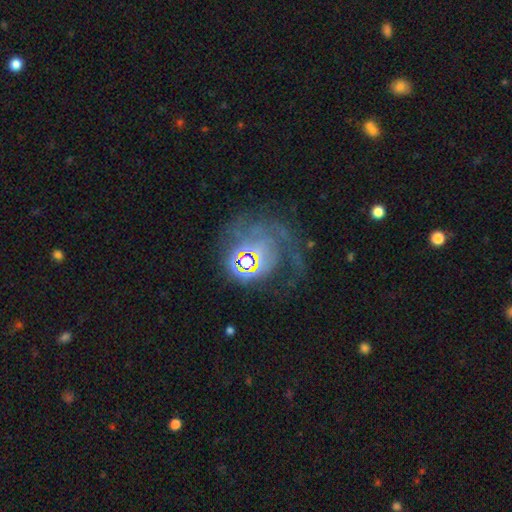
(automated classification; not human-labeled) smooth-or-featured: featured or disk: 42% | star or artifact: 38% | smooth: 19%
  merging: none: 50% | major disturbance: 29% | minor disturbance: 16% | merger: 5%